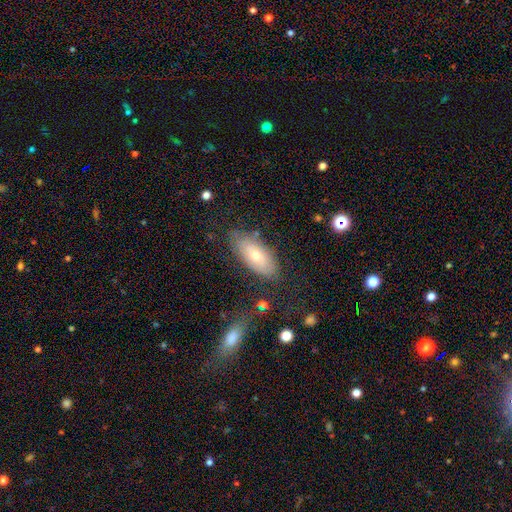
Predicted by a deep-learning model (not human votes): This appears to be a smooth galaxy with no disk features (58%) that is in between round and cigar-shaped (87%). Merging: none (74%).